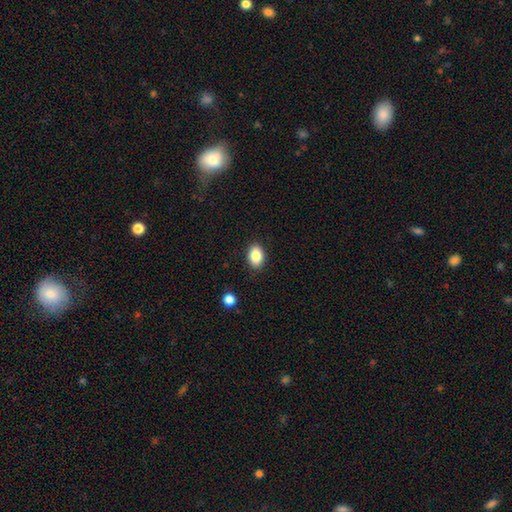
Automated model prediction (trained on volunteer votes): smooth-or-featured: smooth: 87% | star or artifact: 8% | featured or disk: 5%
  how-rounded: in between: 84% | round: 15% | cigar-shaped: 1%
  merging: none: 87% | minor disturbance: 9% | major disturbance: 2% | merger: 1%